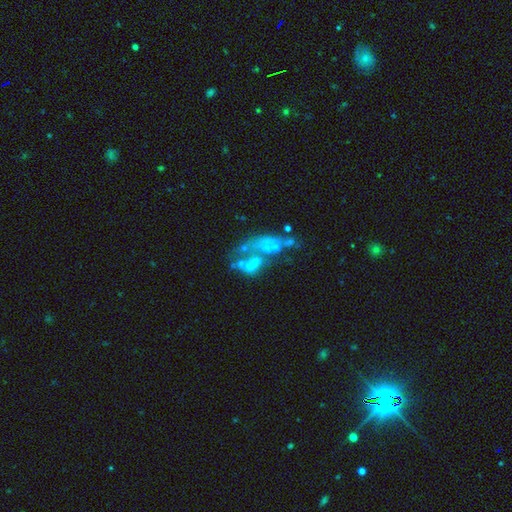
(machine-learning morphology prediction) A featured or disk galaxy (54%). Merging: merger (57%).